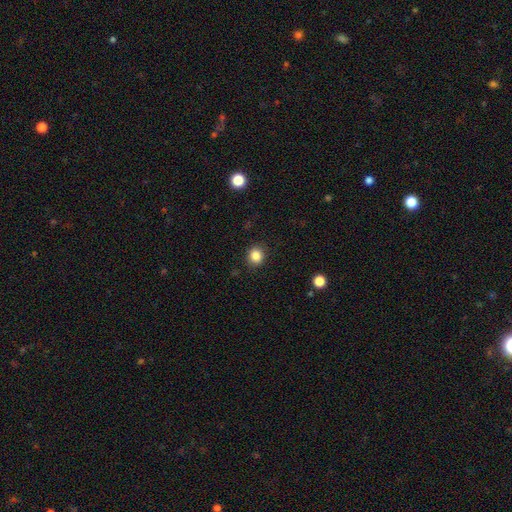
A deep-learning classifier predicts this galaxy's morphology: smooth 85%, star or artifact 11%, featured or disk 4%. Down the decision tree: how rounded — round (78%); merging — none (88%).